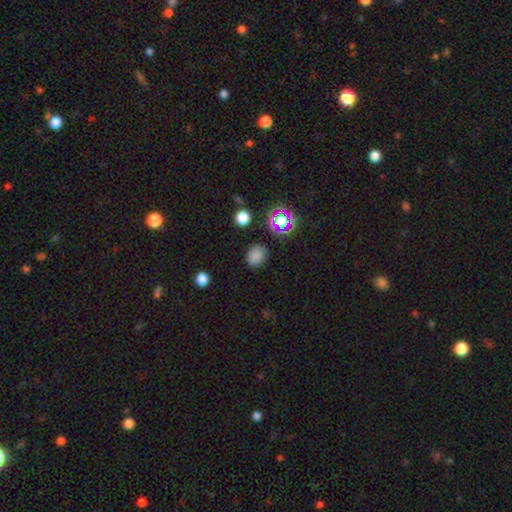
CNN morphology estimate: Smooth or featured?
  - smooth: 75% *
  - star or artifact: 19%
  - featured or disk: 6%
How rounded?
  - round: 59% *
  - in between: 40%
  - cigar-shaped: 1%
Merging?
  - none: 82% *
  - minor disturbance: 12%
  - major disturbance: 4%
  - merger: 2%